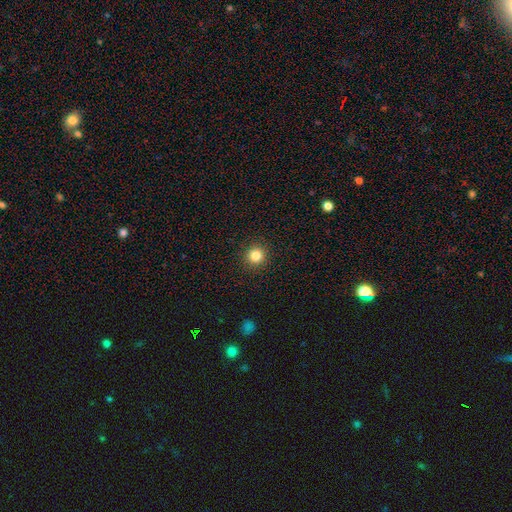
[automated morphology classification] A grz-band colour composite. It shows a smooth galaxy with no disk features (83%) that is round (95%). Merging: none (93%).